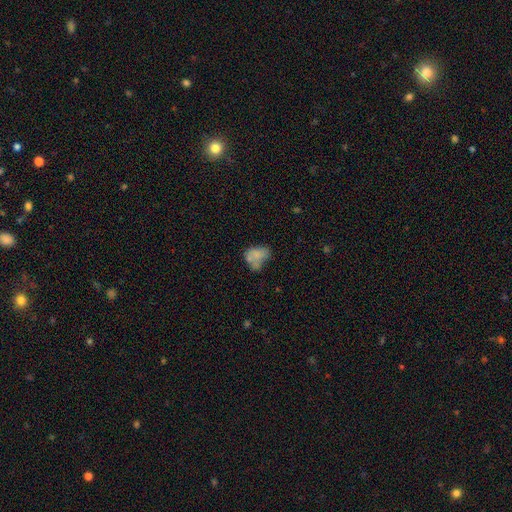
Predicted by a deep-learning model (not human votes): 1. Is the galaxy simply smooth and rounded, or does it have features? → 66% smooth, 22% featured or disk, 11% star or artifact.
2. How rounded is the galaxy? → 76% in between, 23% round, 1% cigar-shaped.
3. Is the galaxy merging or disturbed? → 32% none, 27% merger, 23% minor disturbance, 18% major disturbance.